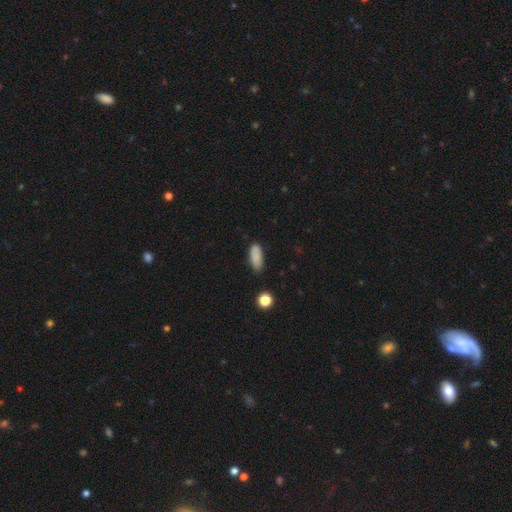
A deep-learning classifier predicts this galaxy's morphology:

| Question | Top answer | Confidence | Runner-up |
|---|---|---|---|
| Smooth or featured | smooth | 86% | star or artifact (8%) |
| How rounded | in between | 78% | cigar-shaped (19%) |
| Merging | none | 76% | minor disturbance (18%) |